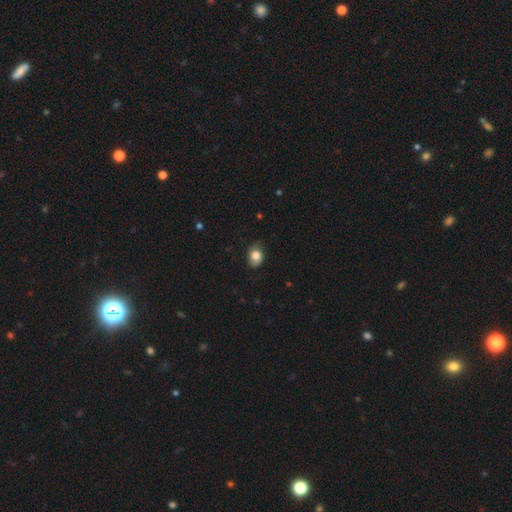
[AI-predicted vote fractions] This is clearly a smooth galaxy (81%). How rounded: likely in between (68%). Merging: likely none (77%).